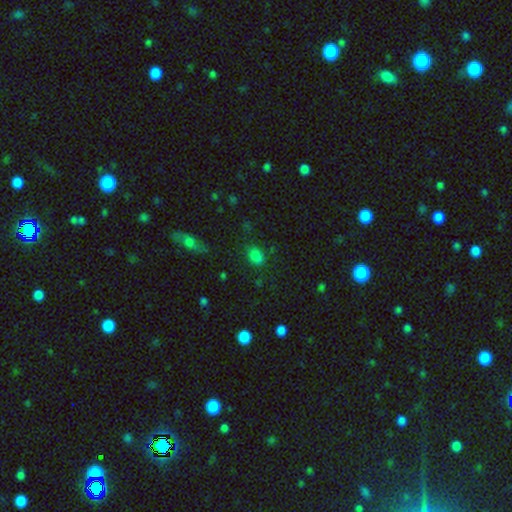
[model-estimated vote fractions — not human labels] smooth 77%, star or artifact 17%, featured or disk 6%. Down the decision tree: how rounded — in between (75%); merging — none (71%).